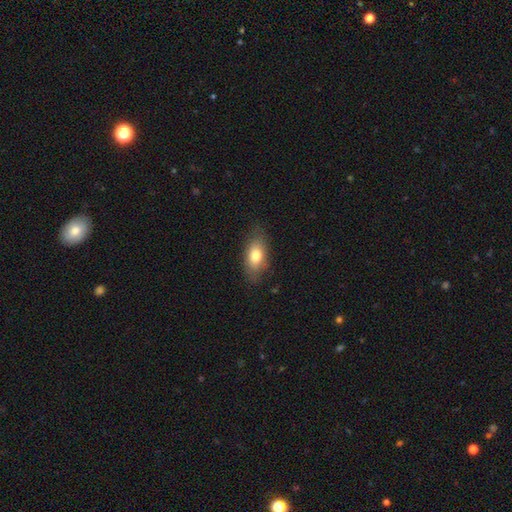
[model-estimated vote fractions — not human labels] This is likely a smooth galaxy (77%). How rounded: clearly in between (86%). Merging: likely none (80%).